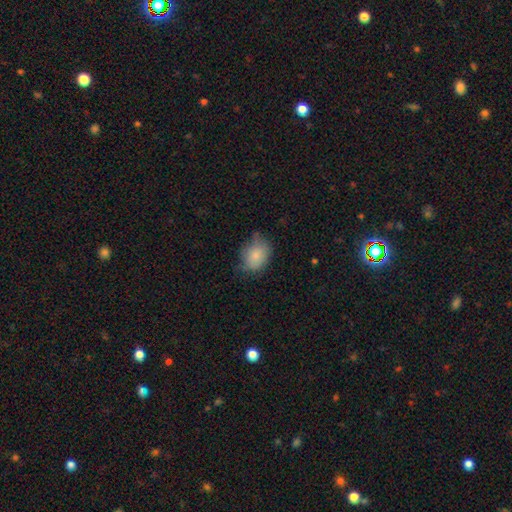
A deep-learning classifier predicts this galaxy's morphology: This appears to be a smooth galaxy with no disk features (82%) that is in between round and cigar-shaped (59%). Merging: none (52%).